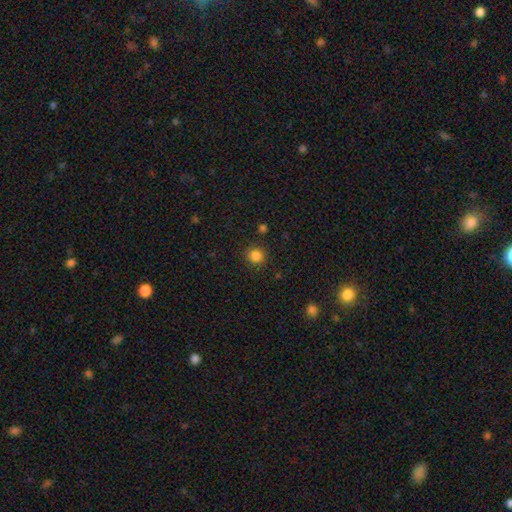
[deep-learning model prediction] smooth-or-featured: smooth: 84% | star or artifact: 12% | featured or disk: 4%
  how-rounded: round: 92% | in between: 7% | cigar-shaped: 1%
  merging: none: 89% | minor disturbance: 6% | major disturbance: 2% | merger: 2%